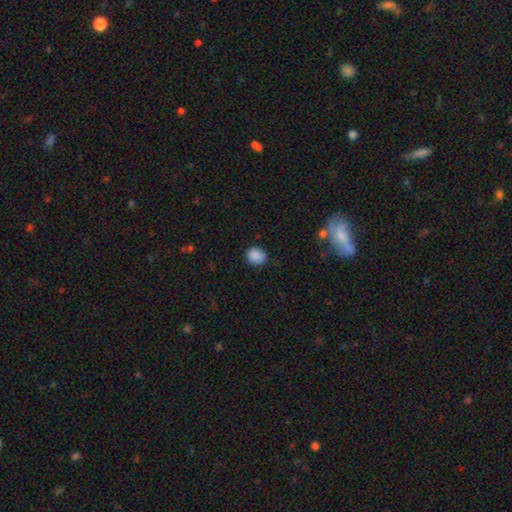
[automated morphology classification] This appears to be a smooth galaxy with no disk features (88%) that is round (63%). Merging: none (84%).